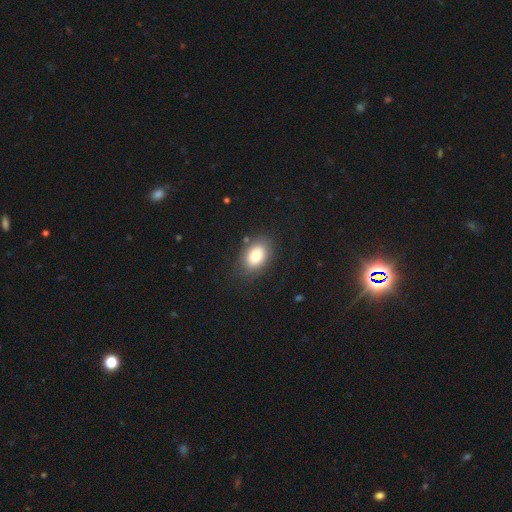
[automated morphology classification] A smooth galaxy with no disk features (80%) that is in between round and cigar-shaped (83%).

Vote fractions:
- Smooth or featured? smooth: 80% / featured or disk: 11% / star or artifact: 9%
- How rounded? in between: 83% / round: 16% / cigar-shaped: 1%
- Merging? none: 81% / minor disturbance: 13% / major disturbance: 4% / merger: 2%